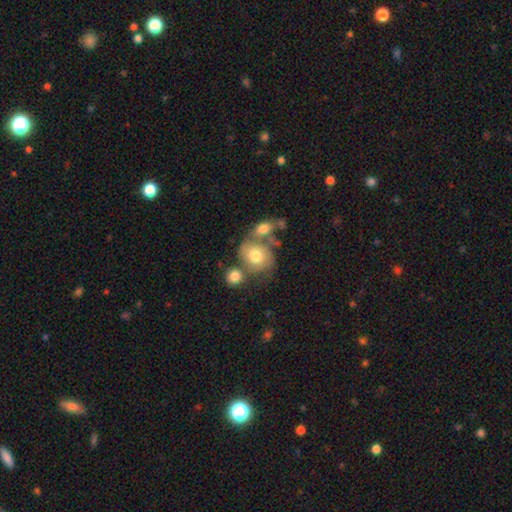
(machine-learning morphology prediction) Smooth or featured? Predicted: smooth (p=0.59). How rounded? Predicted: round (p=0.66). Merging? Predicted: none (p=0.39).